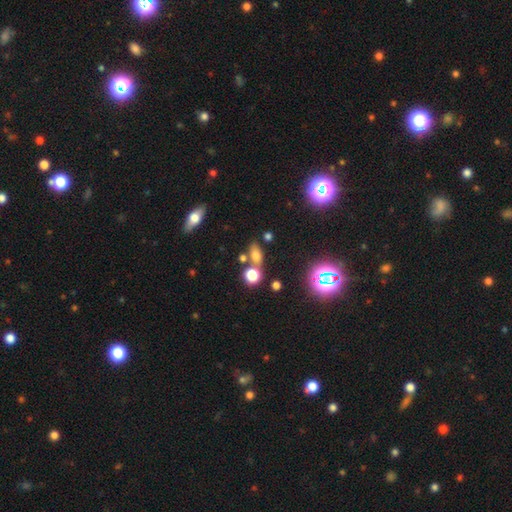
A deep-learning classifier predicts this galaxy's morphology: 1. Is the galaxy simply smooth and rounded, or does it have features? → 63% smooth, 23% star or artifact, 13% featured or disk.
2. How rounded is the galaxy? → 68% in between, 24% round, 8% cigar-shaped.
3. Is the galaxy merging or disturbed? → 64% none, 20% merger, 11% minor disturbance, 5% major disturbance.